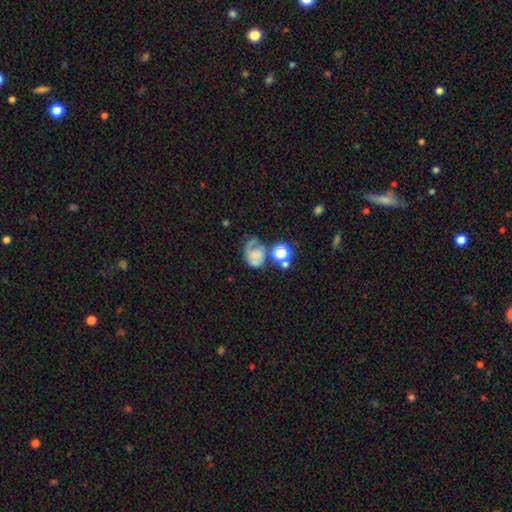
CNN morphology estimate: A featured or disk galaxy (49%).

Vote fractions:
- Smooth or featured? featured or disk: 49% / smooth: 39% / star or artifact: 12%
- Merging? none: 33% / major disturbance: 30% / minor disturbance: 23% / merger: 15%